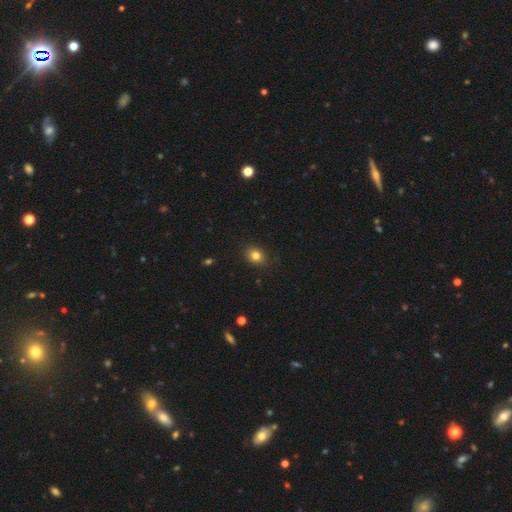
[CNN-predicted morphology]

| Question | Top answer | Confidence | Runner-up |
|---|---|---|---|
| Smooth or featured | smooth | 82% | star or artifact (12%) |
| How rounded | round | 54% | in between (45%) |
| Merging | none | 88% | minor disturbance (9%) |